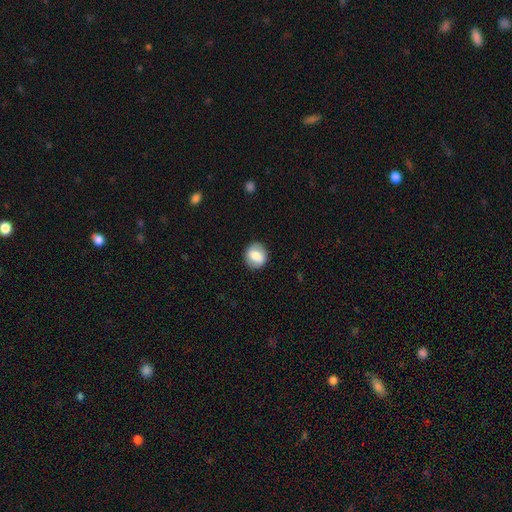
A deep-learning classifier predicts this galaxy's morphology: This appears to be a smooth galaxy with no disk features (73%) that is round (78%). Merging: none (87%).